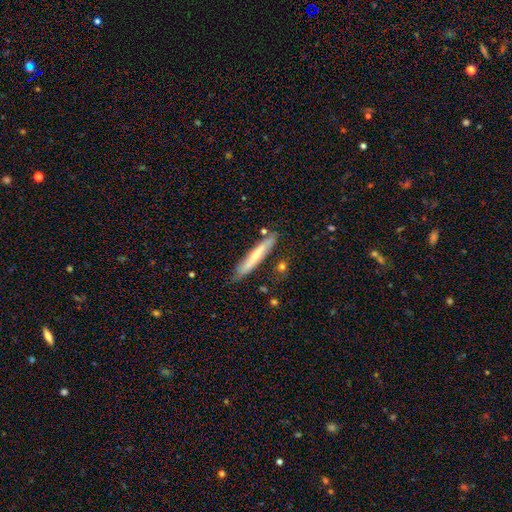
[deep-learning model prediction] Smooth or featured? smooth (52%)
How rounded? cigar-shaped (92%)
Merging? none (76%)